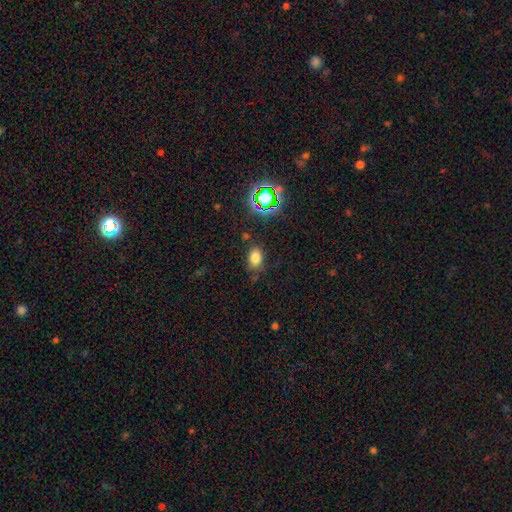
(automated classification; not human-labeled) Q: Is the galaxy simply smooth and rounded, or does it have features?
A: smooth — 75%.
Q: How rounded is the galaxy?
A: in between — 79%.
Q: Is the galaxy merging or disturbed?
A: none — 74%.